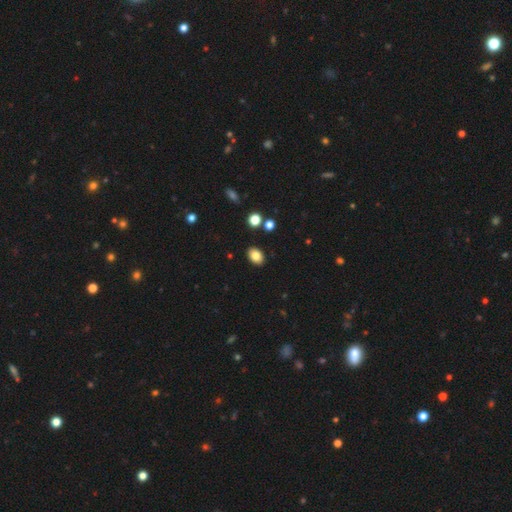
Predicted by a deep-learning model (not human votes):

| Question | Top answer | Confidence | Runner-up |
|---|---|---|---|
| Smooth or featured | smooth | 83% | star or artifact (10%) |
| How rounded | in between | 76% | round (23%) |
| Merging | none | 88% | minor disturbance (8%) |